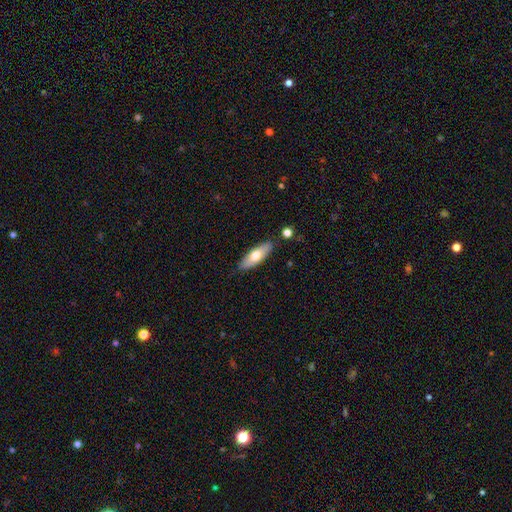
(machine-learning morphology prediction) smooth 64%, featured or disk 30%, star or artifact 6%. Down the decision tree: how rounded — in between (59%); merging — none (85%).